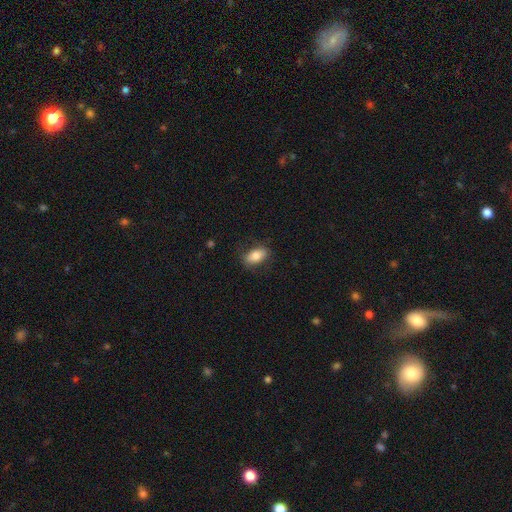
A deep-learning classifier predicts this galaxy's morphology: A smooth galaxy with no disk features (81%) that is in between round and cigar-shaped (89%).

Vote fractions:
- Smooth or featured? smooth: 81% / featured or disk: 12% / star or artifact: 7%
- How rounded? in between: 89% / round: 7% / cigar-shaped: 5%
- Merging? none: 80% / minor disturbance: 15% / major disturbance: 4% / merger: 1%